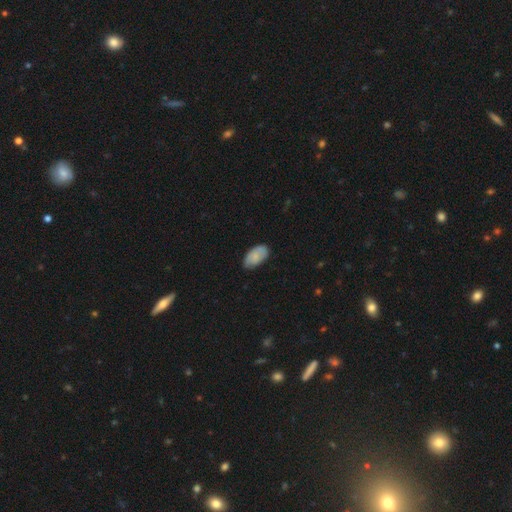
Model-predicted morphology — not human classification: The model was most divided on "merging": none: 73%, minor disturbance: 22%, major disturbance: 3%, merger: 1%. More confident: how rounded — in between (95%); smooth or featured — smooth (75%).